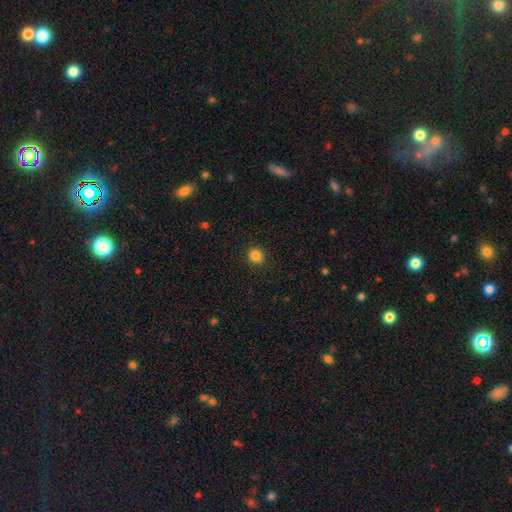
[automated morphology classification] Overall: smooth (85%). How rounded: round (85%). Merging: none (90%).